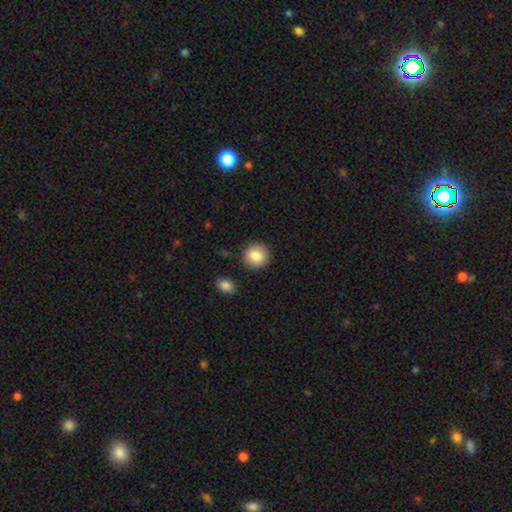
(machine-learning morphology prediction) Smooth or featured?
  - smooth: 87% *
  - star or artifact: 8%
  - featured or disk: 6%
How rounded?
  - round: 92% *
  - in between: 8%
  - cigar-shaped: 1%
Merging?
  - none: 89% *
  - minor disturbance: 7%
  - merger: 2%
  - major disturbance: 2%